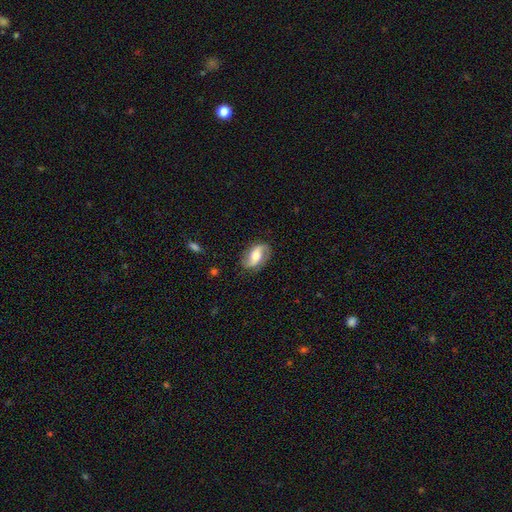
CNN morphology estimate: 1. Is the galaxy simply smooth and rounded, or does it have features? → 76% featured or disk, 18% smooth, 6% star or artifact.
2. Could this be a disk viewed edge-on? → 96% no, 4% yes.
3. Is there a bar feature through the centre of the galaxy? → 44% no, 36% weak, 20% strong.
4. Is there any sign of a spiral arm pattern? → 93% yes, 7% no.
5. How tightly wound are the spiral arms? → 56% loose, 32% medium, 12% tight.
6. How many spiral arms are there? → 90% 2, 3% can't tell, 3% 1, 1% 3, 1% 4, 1% more than 4.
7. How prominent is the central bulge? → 68% moderate, 18% small, 12% large, 2% none, 2% dominant.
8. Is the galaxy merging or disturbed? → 81% none, 14% minor disturbance, 4% major disturbance, 1% merger.